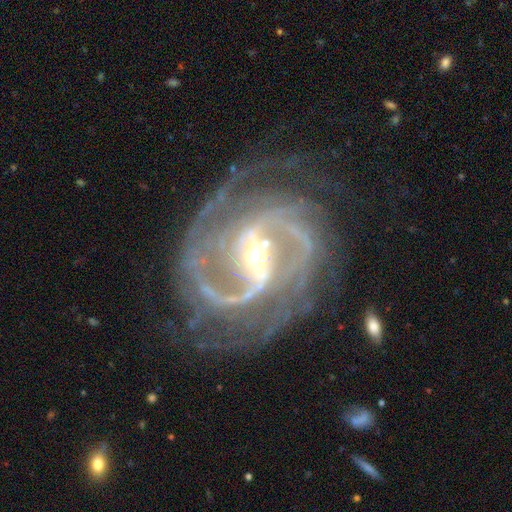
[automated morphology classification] Smooth or featured? Predicted: featured or disk (p=0.94). Edge-on disk? Predicted: no (p=0.98). Bar? Predicted: strong (p=0.54). Spiral arms? Predicted: yes (p=0.99). Spiral winding? Predicted: medium (p=0.55). Spiral arm count? Predicted: 2 (p=0.68). Bulge size? Predicted: small (p=0.51). Merging? Predicted: none (p=0.72).